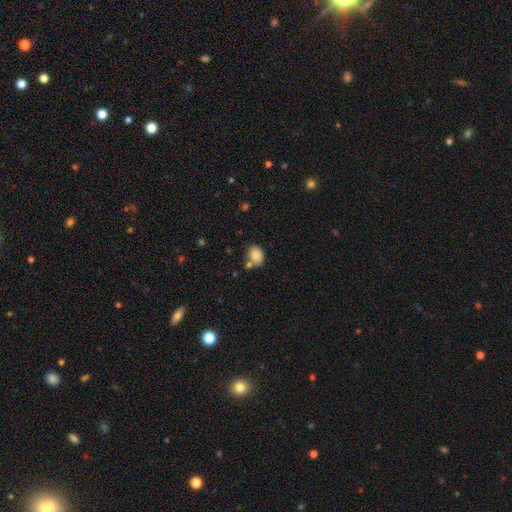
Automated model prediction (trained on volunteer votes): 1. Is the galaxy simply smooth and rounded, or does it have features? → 85% smooth, 9% star or artifact, 6% featured or disk.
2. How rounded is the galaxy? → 62% in between, 37% round, 1% cigar-shaped.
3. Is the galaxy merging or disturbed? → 60% none, 17% merger, 17% minor disturbance, 5% major disturbance.